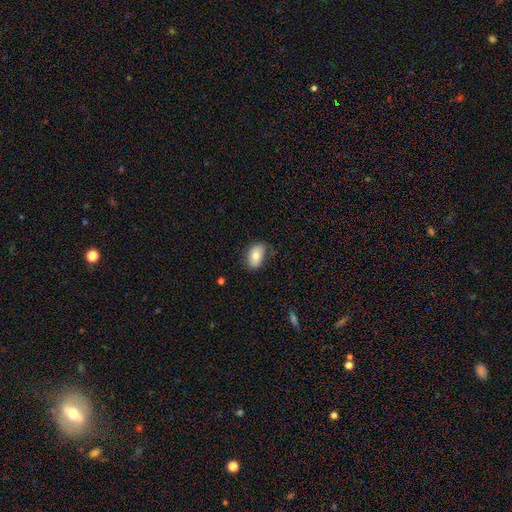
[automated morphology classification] Smooth or featured? Predicted: smooth (p=0.79). How rounded? Predicted: in between (p=0.90). Merging? Predicted: none (p=0.72).